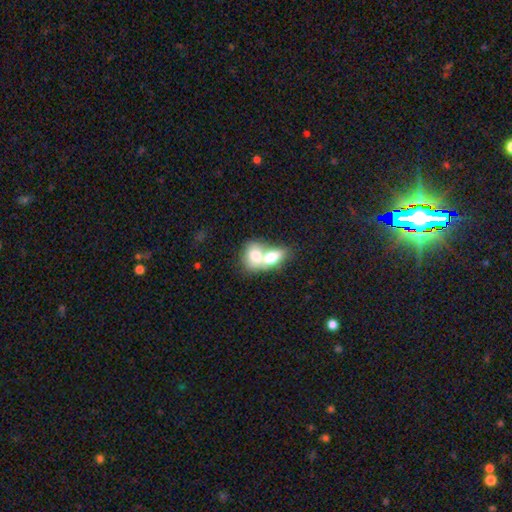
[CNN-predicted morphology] Smooth or featured?
  - smooth: 71% *
  - featured or disk: 23%
  - star or artifact: 7%
How rounded?
  - in between: 70% *
  - round: 28%
  - cigar-shaped: 2%
Merging?
  - merger: 78% *
  - none: 14%
  - minor disturbance: 5%
  - major disturbance: 3%